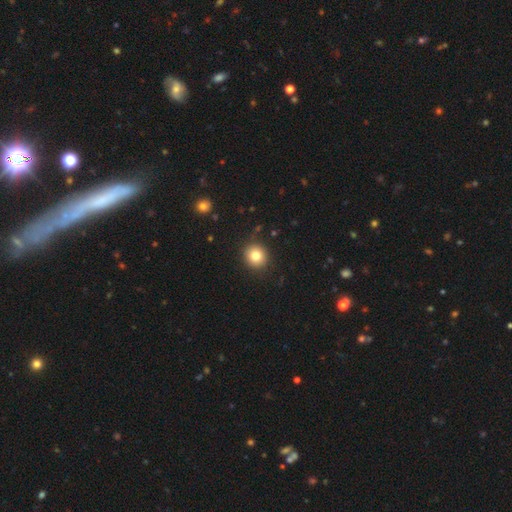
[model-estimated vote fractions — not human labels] Smooth or featured: smooth — 81% (star or artifact — 11%)
How rounded: round — 90% (in between — 9%)
Merging: none — 89% (minor disturbance — 8%)